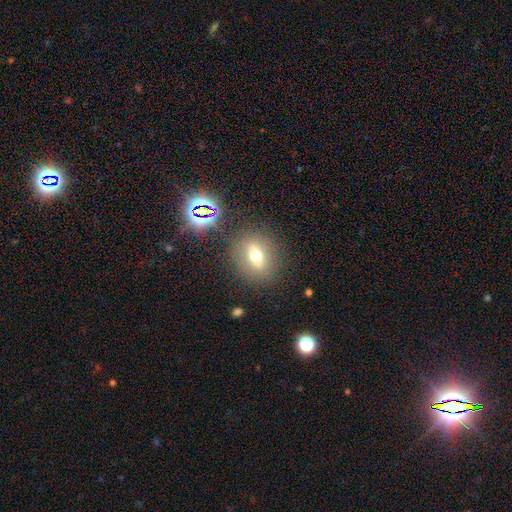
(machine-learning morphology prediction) Overall: smooth (54%; featured or disk 29%). How rounded: round (50%; in between 45%). Merging: none (82%).